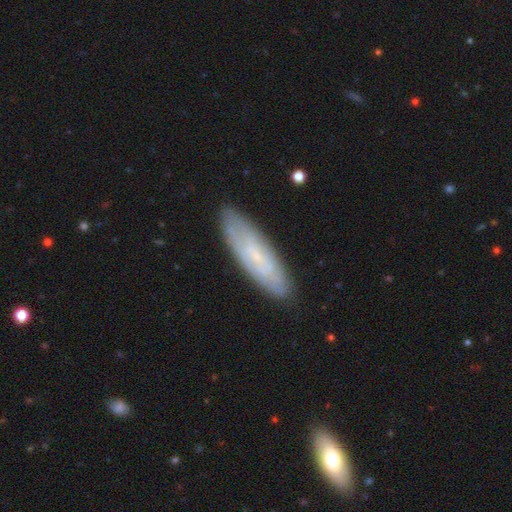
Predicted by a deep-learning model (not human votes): Smooth or featured? Predicted: featured or disk (p=0.52). Edge-on disk? Predicted: no (p=0.71). Merging? Predicted: none (p=0.85).